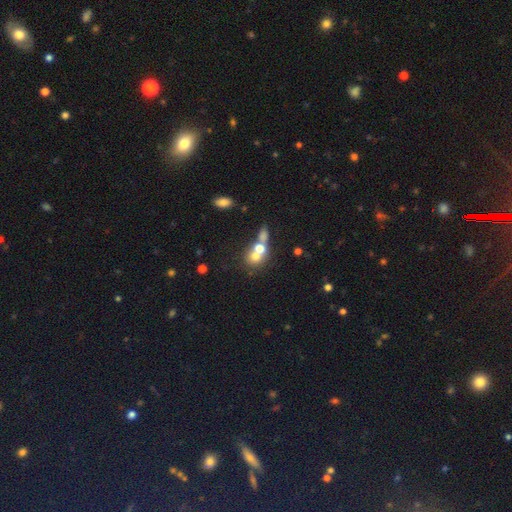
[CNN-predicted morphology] A smooth galaxy with no disk features (62%) that is round (66%). Merging: merger (61%).